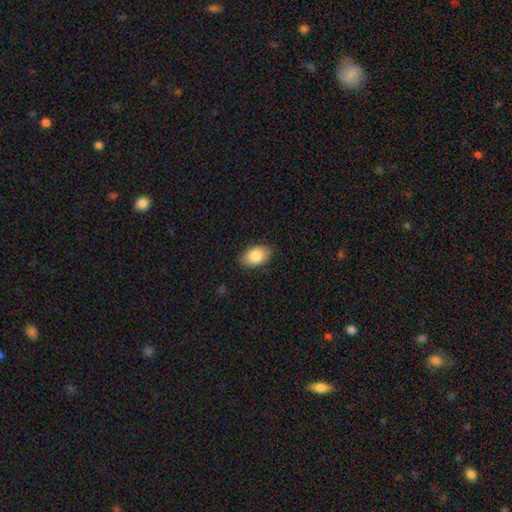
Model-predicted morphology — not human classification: Smooth or featured? Predicted: smooth (p=0.86). How rounded? Predicted: in between (p=0.89). Merging? Predicted: none (p=0.86).